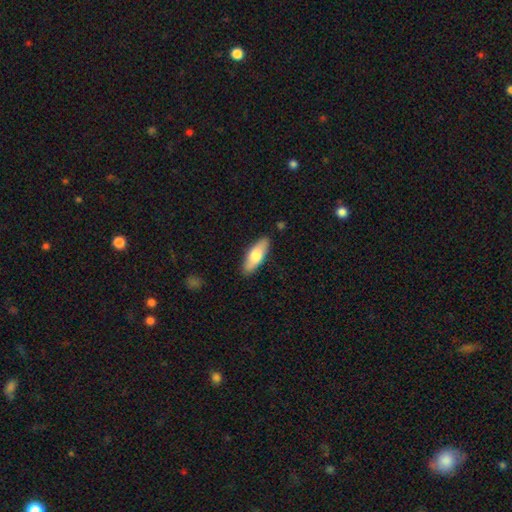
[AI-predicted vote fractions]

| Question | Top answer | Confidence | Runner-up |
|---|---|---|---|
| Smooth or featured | smooth | 69% | featured or disk (26%) |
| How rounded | in between | 63% | cigar-shaped (35%) |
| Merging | none | 88% | minor disturbance (9%) |